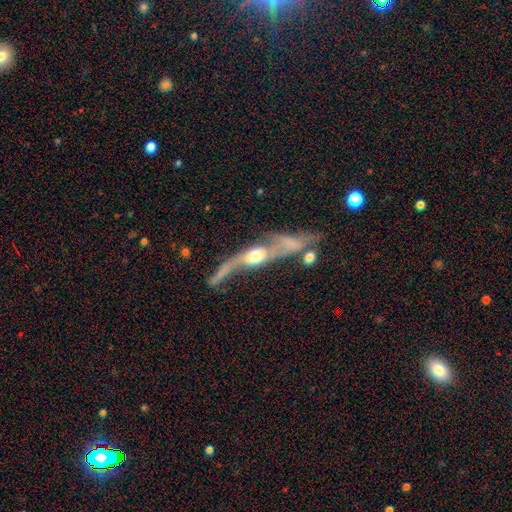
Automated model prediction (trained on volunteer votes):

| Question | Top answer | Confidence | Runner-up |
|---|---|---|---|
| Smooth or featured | featured or disk | 73% | smooth (20%) |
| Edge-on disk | no | 58% | yes (42%) |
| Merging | merger | 34% | none (29%) |